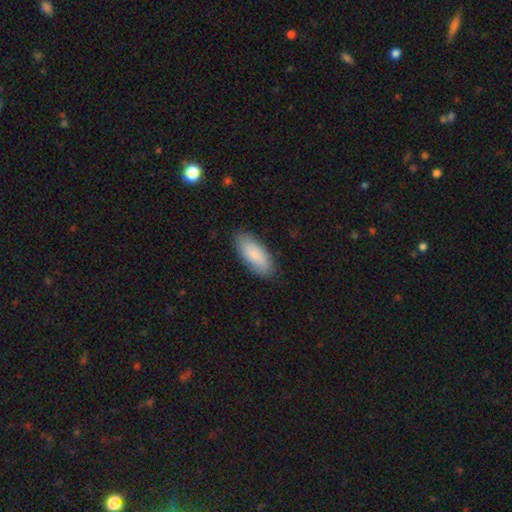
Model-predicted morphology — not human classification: Overall: smooth (87%). How rounded: in between (86%). Merging: none (85%).